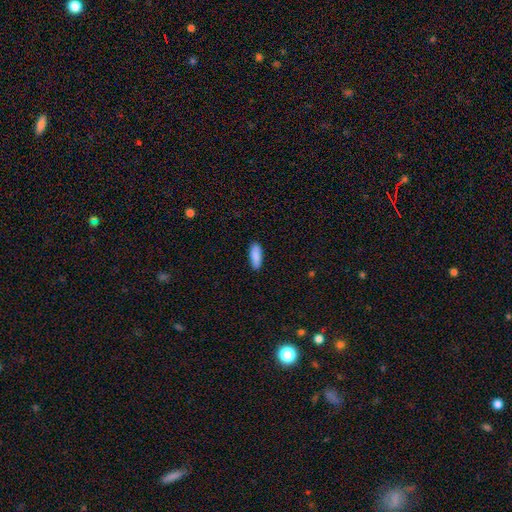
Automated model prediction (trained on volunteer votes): Smooth or featured: smooth — 89% (star or artifact — 6%)
How rounded: in between — 65% (cigar-shaped — 34%)
Merging: none — 89% (minor disturbance — 9%)